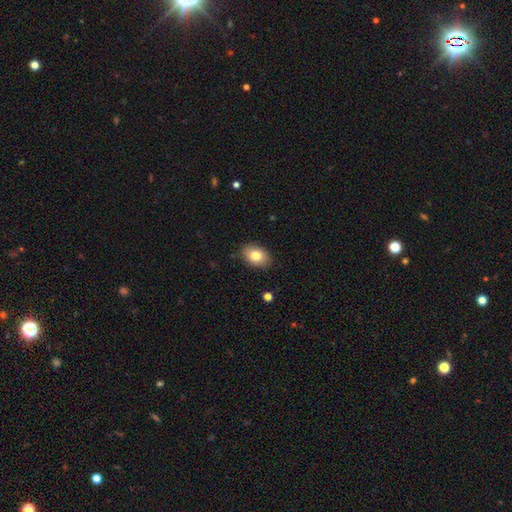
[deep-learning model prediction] A smooth galaxy with no disk features (81%) that is in between round and cigar-shaped (82%).

Vote fractions:
- Smooth or featured? smooth: 81% / featured or disk: 11% / star or artifact: 8%
- How rounded? in between: 82% / round: 17% / cigar-shaped: 1%
- Merging? none: 88% / minor disturbance: 9% / major disturbance: 2% / merger: 1%